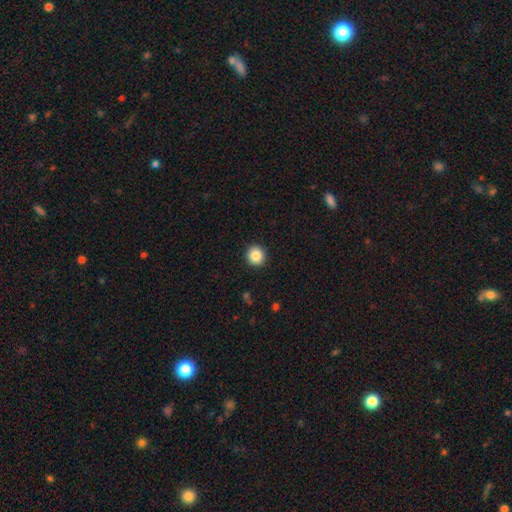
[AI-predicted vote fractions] Q: Smooth or featured?
A: smooth (87%); runner-up: star or artifact (9%)
Q: How rounded?
A: round (92%); runner-up: in between (7%)
Q: Merging?
A: none (92%); runner-up: minor disturbance (5%)